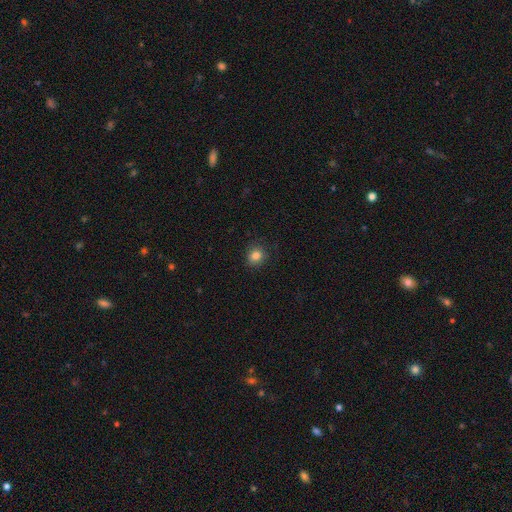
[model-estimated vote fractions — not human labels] Smooth or featured?
  - smooth: 84% *
  - star or artifact: 11%
  - featured or disk: 5%
How rounded?
  - round: 80% *
  - in between: 19%
  - cigar-shaped: 1%
Merging?
  - none: 87% *
  - minor disturbance: 10%
  - major disturbance: 2%
  - merger: 1%